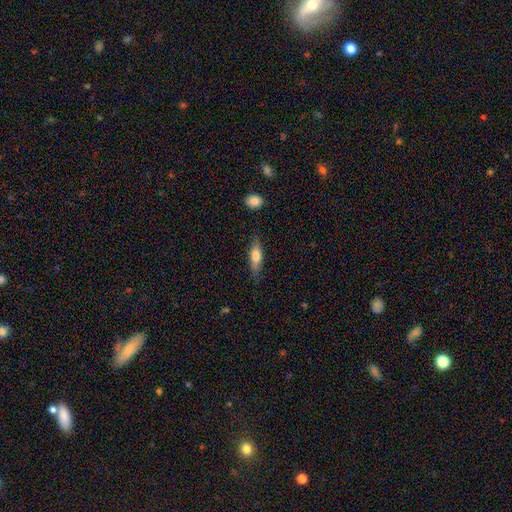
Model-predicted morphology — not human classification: A smooth galaxy with no disk features (71%) that is cigar-shaped (49%).

Vote fractions:
- Smooth or featured? smooth: 71% / featured or disk: 23% / star or artifact: 6%
- How rounded? cigar-shaped: 49% / in between: 48% / round: 2%
- Merging? none: 78% / minor disturbance: 16% / major disturbance: 4% / merger: 2%